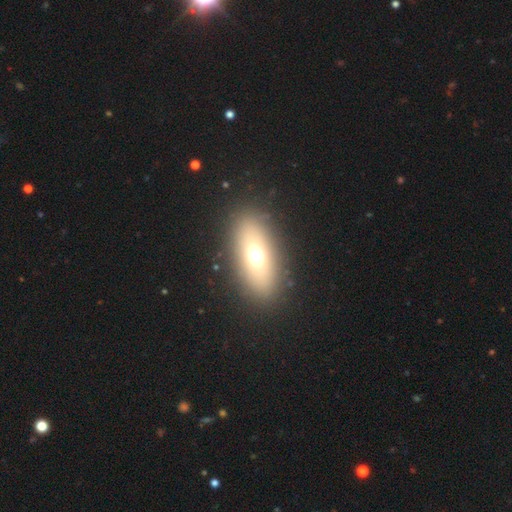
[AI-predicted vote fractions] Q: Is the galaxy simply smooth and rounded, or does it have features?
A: smooth — 62%.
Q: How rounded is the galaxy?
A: in between — 78%.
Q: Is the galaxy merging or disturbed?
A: none — 86%.